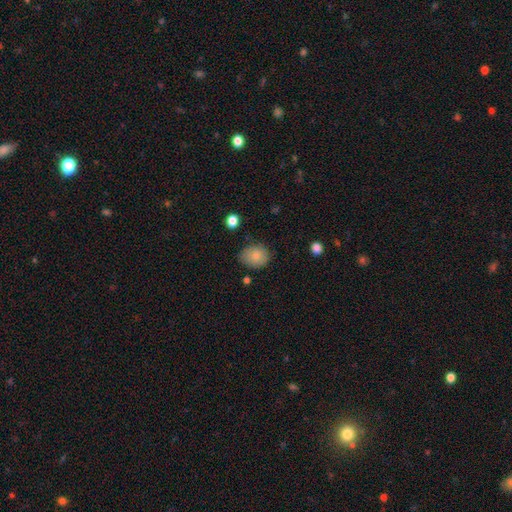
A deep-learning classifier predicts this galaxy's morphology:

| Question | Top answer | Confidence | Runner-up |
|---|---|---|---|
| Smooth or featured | smooth | 83% | star or artifact (9%) |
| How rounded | round | 52% | in between (47%) |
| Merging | none | 72% | minor disturbance (21%) |